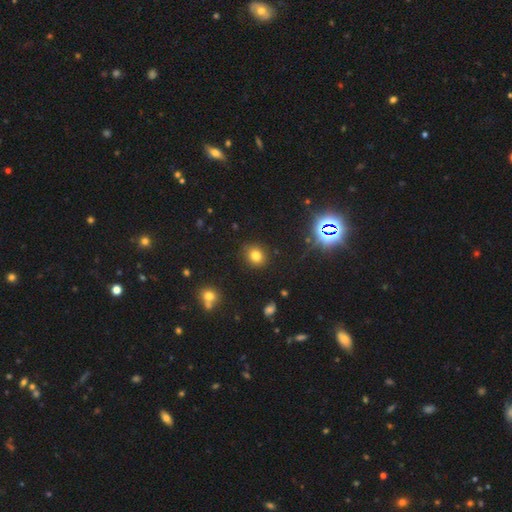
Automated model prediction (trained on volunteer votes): A smooth galaxy with no disk features (76%) that is round (76%).

Vote fractions:
- Smooth or featured? smooth: 76% / star or artifact: 17% / featured or disk: 7%
- How rounded? round: 76% / in between: 23% / cigar-shaped: 1%
- Merging? none: 87% / minor disturbance: 8% / major disturbance: 3% / merger: 2%